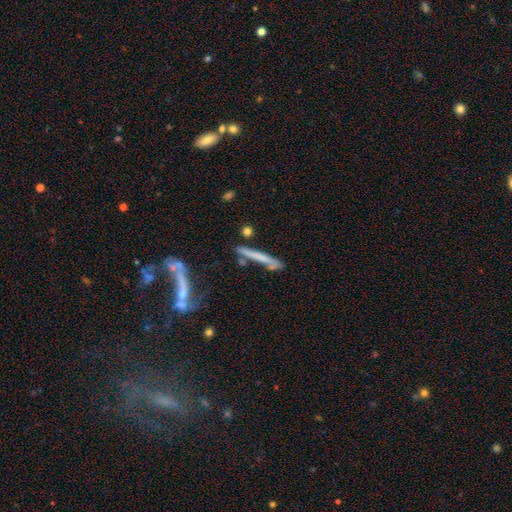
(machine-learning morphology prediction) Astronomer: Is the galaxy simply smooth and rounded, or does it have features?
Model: smooth — 52% (runner-up: featured or disk, 41%).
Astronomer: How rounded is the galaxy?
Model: cigar-shaped — 95%.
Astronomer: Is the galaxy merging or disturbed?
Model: none — 63%.